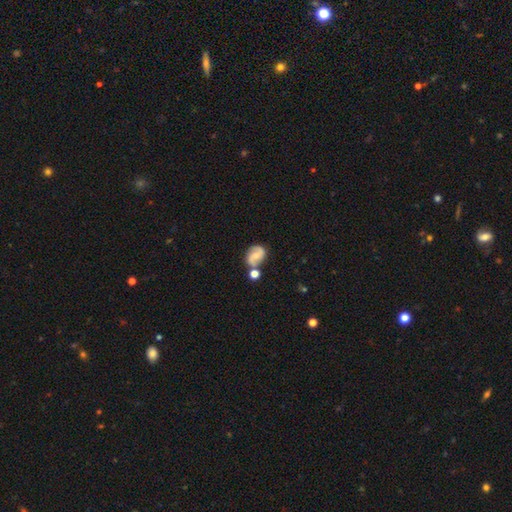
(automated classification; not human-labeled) Smooth or featured?
  - featured or disk: 68% *
  - smooth: 24%
  - star or artifact: 8%
Edge-on disk?
  - no: 98% *
  - yes: 2%
Bar?
  - no: 53% *
  - weak: 38%
  - strong: 9%
Spiral arms?
  - yes: 92% *
  - no: 8%
Spiral winding?
  - medium: 49% *
  - loose: 29%
  - tight: 23%
Spiral arm count?
  - 2: 89% *
  - can't tell: 5%
  - 1: 2%
  - 3: 1%
  - 4: 1%
  - more than 4: 1%
Bulge size?
  - small: 50% *
  - moderate: 38%
  - none: 8%
  - large: 2%
  - dominant: 1%
Merging?
  - none: 60% *
  - merger: 18%
  - minor disturbance: 17%
  - major disturbance: 5%